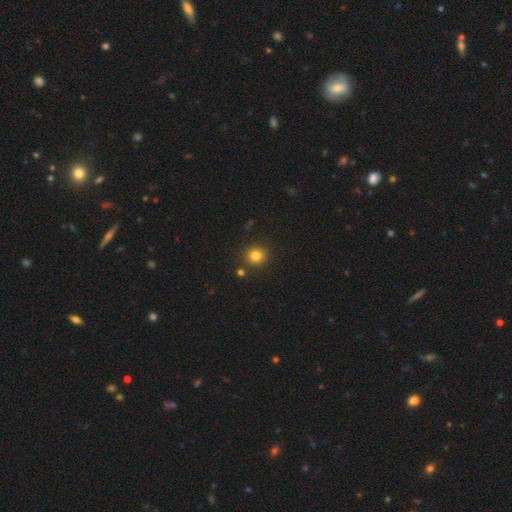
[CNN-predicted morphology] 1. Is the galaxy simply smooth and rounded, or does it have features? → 81% smooth, 13% star or artifact, 6% featured or disk.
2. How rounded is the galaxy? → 89% round, 10% in between, 1% cigar-shaped.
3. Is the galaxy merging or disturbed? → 86% none, 7% minor disturbance, 4% merger, 2% major disturbance.